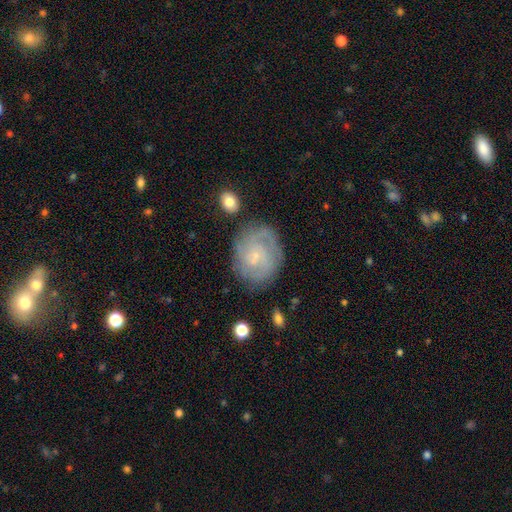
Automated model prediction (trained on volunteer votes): This is likely a featured or disk galaxy (76%). It is clearly not viewed edge-on (98%). Bar: likely no (66%). Spiral arm pattern: clearly yes (93%). Spiral arm count: marginally can't tell (31%). Spiral winding: likely tight (63%). Central bulge: likely small (74%). Merging: likely none (77%).